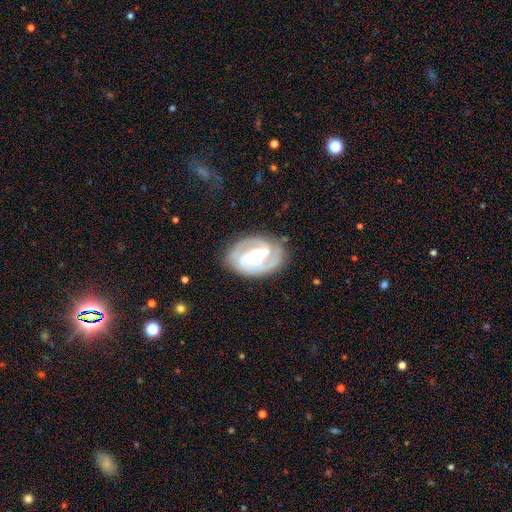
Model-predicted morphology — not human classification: Smooth or featured? featured or disk (88%)
Edge-on disk? no (97%)
Bar? strong (42%)
Spiral arms? yes (96%)
Spiral winding? tight (49%)
Spiral arm count? 2 (67%)
Bulge size? moderate (49%)
Merging? none (78%)